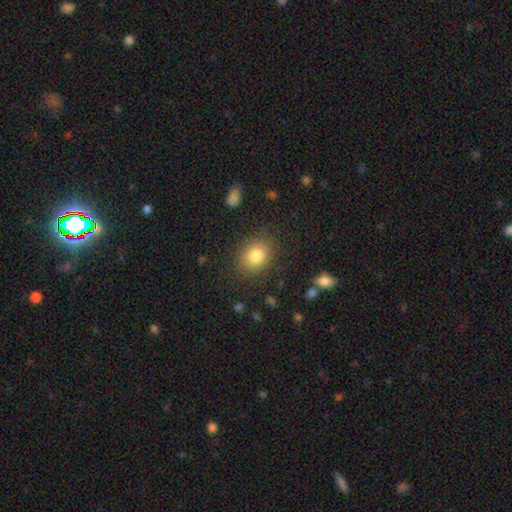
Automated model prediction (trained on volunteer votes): Smooth or featured: smooth — 82% (star or artifact — 10%)
How rounded: round — 52% (in between — 47%)
Merging: none — 83% (minor disturbance — 11%)